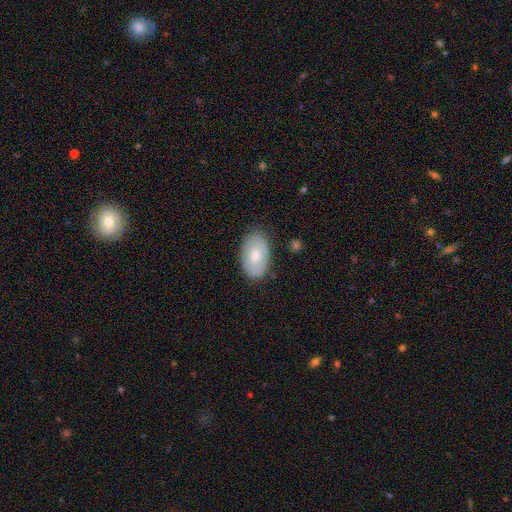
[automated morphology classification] Smooth or featured: smooth — 70% (featured or disk — 23%)
How rounded: in between — 93% (round — 6%)
Merging: none — 81% (minor disturbance — 15%)